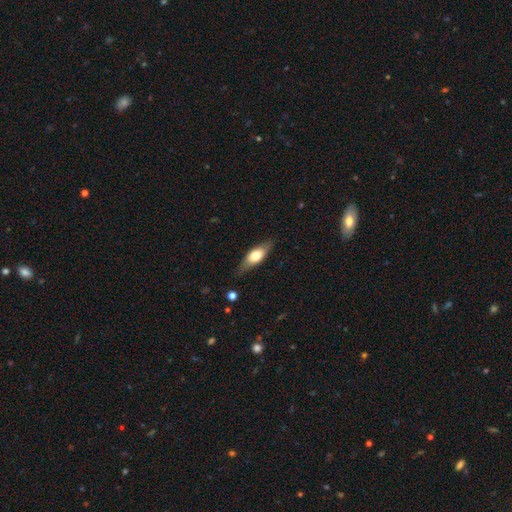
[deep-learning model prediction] Smooth or featured? smooth (57%)
How rounded? in between (65%)
Merging? none (79%)